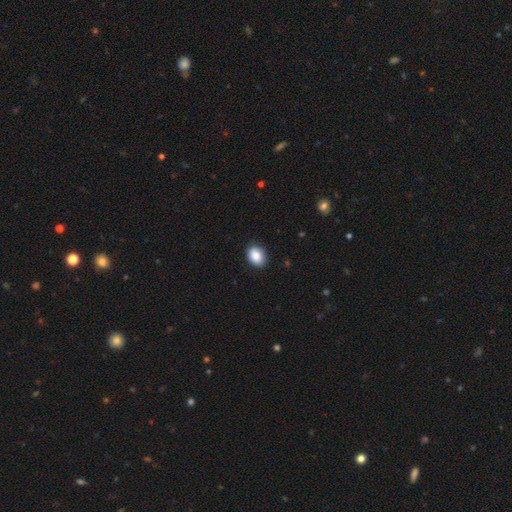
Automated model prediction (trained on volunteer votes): smooth_or_featured: smooth (p=0.88) [alt: star or artifact p=0.07]
how_rounded: in between (p=0.74) [alt: round p=0.25]
merging: none (p=0.86) [alt: minor disturbance p=0.11]